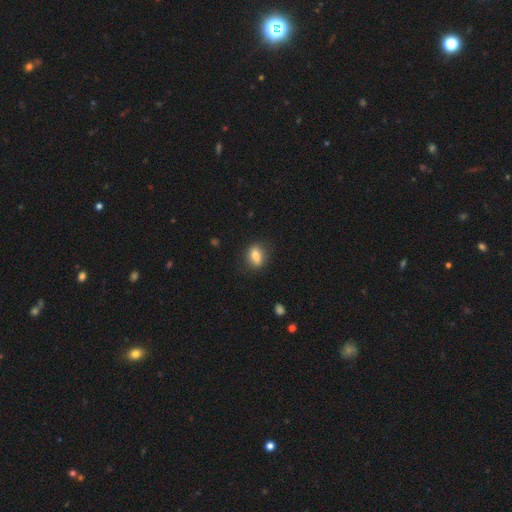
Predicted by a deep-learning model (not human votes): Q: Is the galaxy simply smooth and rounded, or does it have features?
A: smooth — 77%.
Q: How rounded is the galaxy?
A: in between — 70%.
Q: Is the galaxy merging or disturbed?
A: none — 83%.